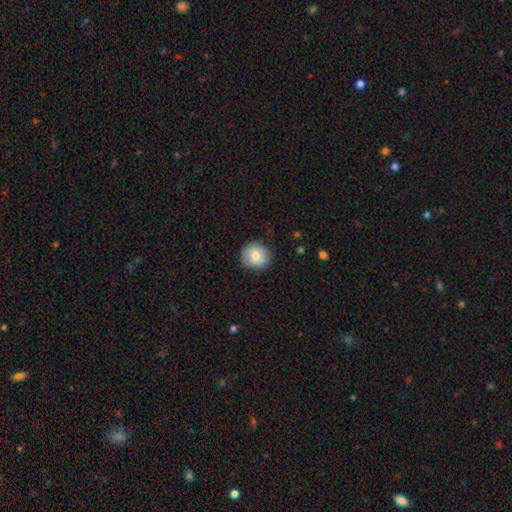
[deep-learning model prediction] smooth-or-featured: smooth: 78% | featured or disk: 14% | star or artifact: 8%
  how-rounded: round: 87% | in between: 13% | cigar-shaped: 1%
  merging: none: 85% | minor disturbance: 11% | major disturbance: 3% | merger: 1%